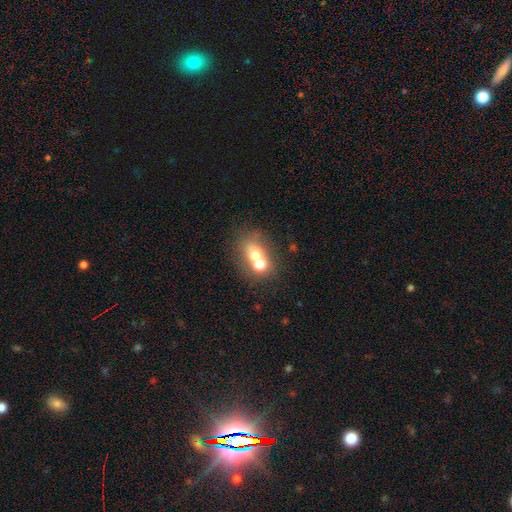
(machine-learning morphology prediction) smooth-or-featured: smooth: 64% | featured or disk: 25% | star or artifact: 11%
  how-rounded: in between: 49% (tied) | round: 49% (tied) | cigar-shaped: 2%
  merging: merger: 64% | none: 25% | minor disturbance: 7% | major disturbance: 5%